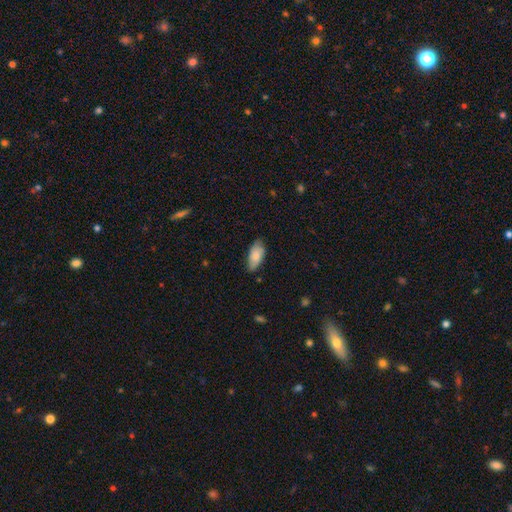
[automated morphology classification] A smooth galaxy with no disk features (80%) that is in between round and cigar-shaped (89%). Merging: none (73%).